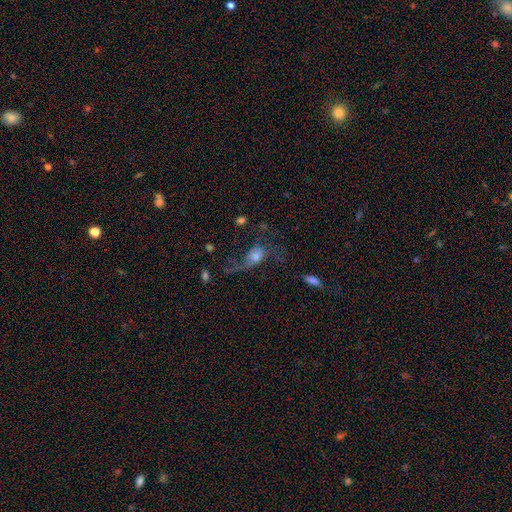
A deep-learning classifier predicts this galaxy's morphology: Smooth or featured? Predicted: featured or disk (p=0.49). Merging? Predicted: major disturbance (p=0.46).